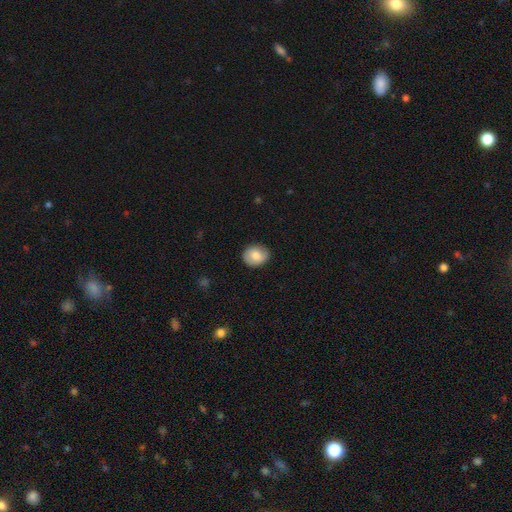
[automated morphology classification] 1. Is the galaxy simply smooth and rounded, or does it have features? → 80% smooth, 13% featured or disk, 7% star or artifact.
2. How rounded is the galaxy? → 64% round, 35% in between, 1% cigar-shaped.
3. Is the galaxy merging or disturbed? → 87% none, 10% minor disturbance, 2% major disturbance, 1% merger.